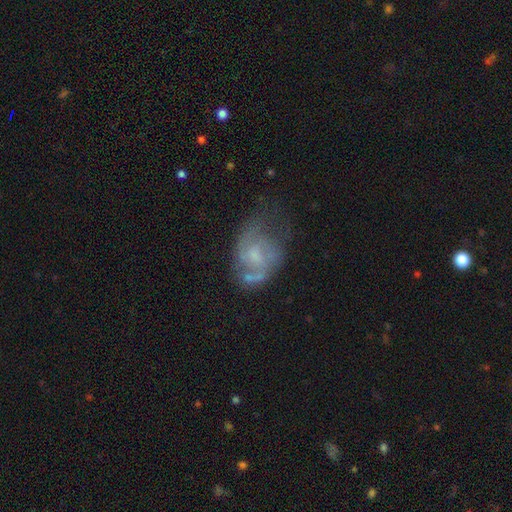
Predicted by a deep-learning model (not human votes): A featured or disk galaxy (65%) with no bar (59%), spiral arms (64%) and a small central bulge (42%).

Vote fractions:
- Smooth or featured? featured or disk: 65% / smooth: 26% / star or artifact: 9%
- Edge-on disk? no: 97% / yes: 3%
- Bar? no: 59% / weak: 36% / strong: 5%
- Spiral arms? yes: 64% / no: 36%
- Bulge size? small: 42% / moderate: 30% / none: 24% / large: 3% / dominant: 1%
- Merging? none: 35% / major disturbance: 30% / minor disturbance: 26% / merger: 9%